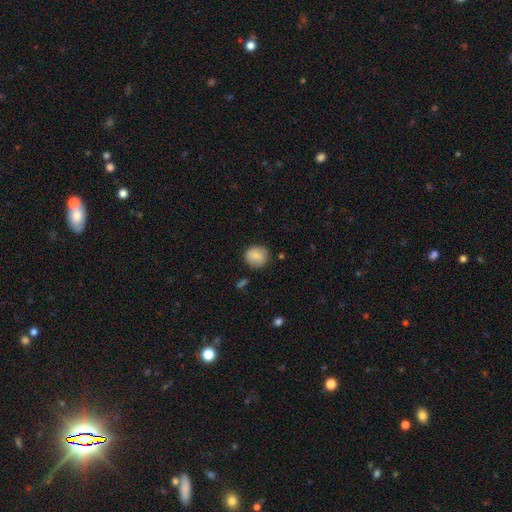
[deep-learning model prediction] Smooth or featured?
  - smooth: 84% *
  - featured or disk: 9%
  - star or artifact: 8%
How rounded?
  - round: 83% *
  - in between: 16%
  - cigar-shaped: 1%
Merging?
  - none: 83% *
  - minor disturbance: 12%
  - major disturbance: 3%
  - merger: 2%